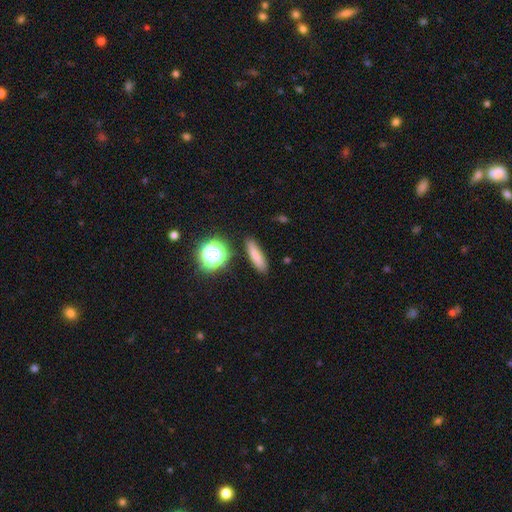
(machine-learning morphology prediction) This appears to be a smooth galaxy with no disk features (73%) that is cigar-shaped (58%). Merging: none (84%).